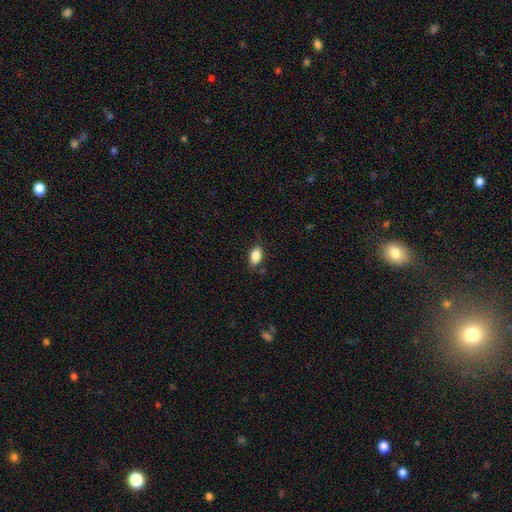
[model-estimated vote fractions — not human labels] This appears to be a smooth galaxy with no disk features (87%) that is in between round and cigar-shaped (89%). Merging: none (81%).